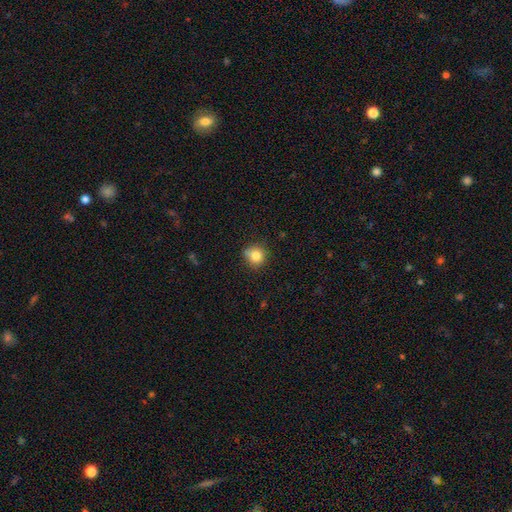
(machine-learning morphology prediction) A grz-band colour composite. It shows a smooth galaxy with no disk features (82%) that is round (87%). Merging: none (69%).